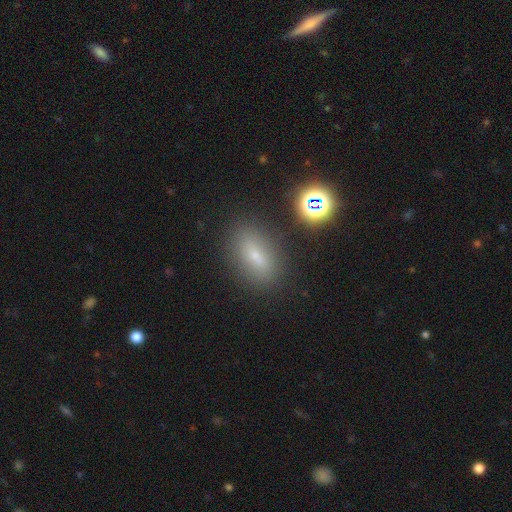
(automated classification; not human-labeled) smooth_or_featured: smooth (p=0.63) [alt: featured or disk p=0.22]
how_rounded: in between (p=0.77) [alt: cigar-shaped p=0.13]
merging: none (p=0.82) [alt: minor disturbance p=0.11]